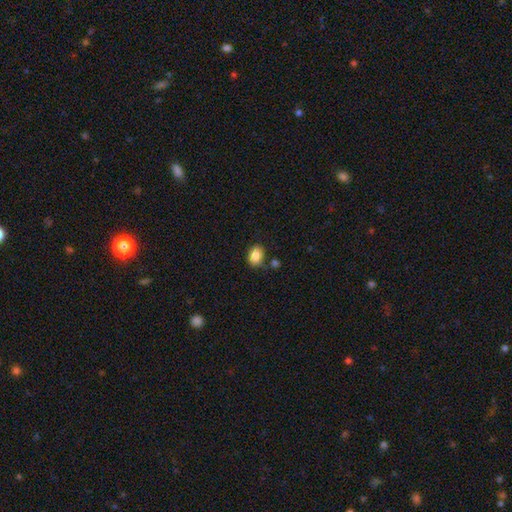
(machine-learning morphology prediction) Smooth or featured: smooth — 85% (star or artifact — 8%)
How rounded: in between — 71% (round — 28%)
Merging: none — 77% (minor disturbance — 13%)